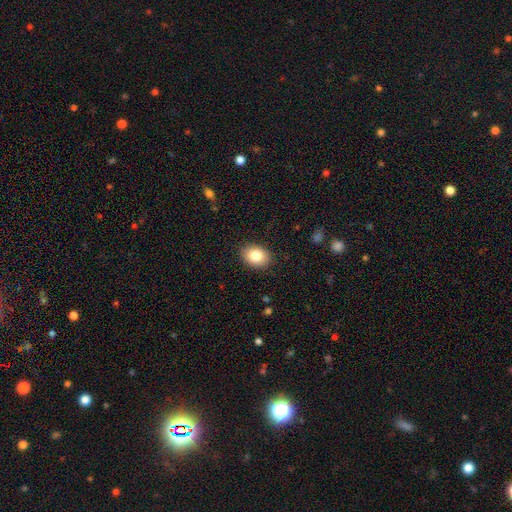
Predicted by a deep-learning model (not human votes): Smooth or featured? smooth (83%)
How rounded? in between (70%)
Merging? none (89%)